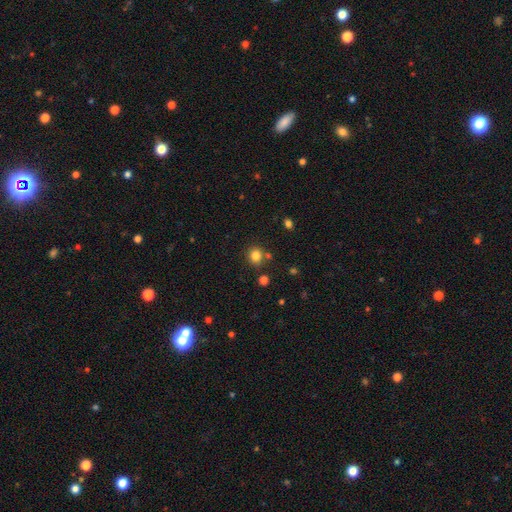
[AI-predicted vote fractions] Smooth or featured? smooth (81%)
How rounded? round (83%)
Merging? none (79%)